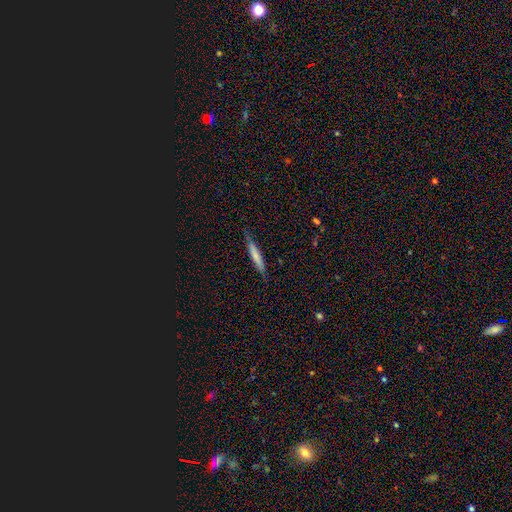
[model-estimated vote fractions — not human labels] Smooth or featured? Predicted: smooth (p=0.68). How rounded? Predicted: cigar-shaped (p=0.93). Merging? Predicted: none (p=0.81).